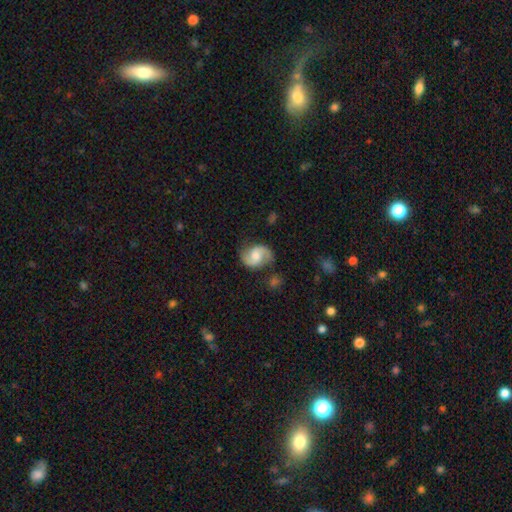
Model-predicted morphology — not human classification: The model was most divided on "bar": no: 53%, weak: 40%, strong: 8%. More confident: edge-on disk — no (98%); spiral arms — yes (96%); spiral arm count — 2 (92%); smooth or featured — featured or disk (80%); merging — none (76%); bulge size — moderate (56%); spiral winding — medium (50%).